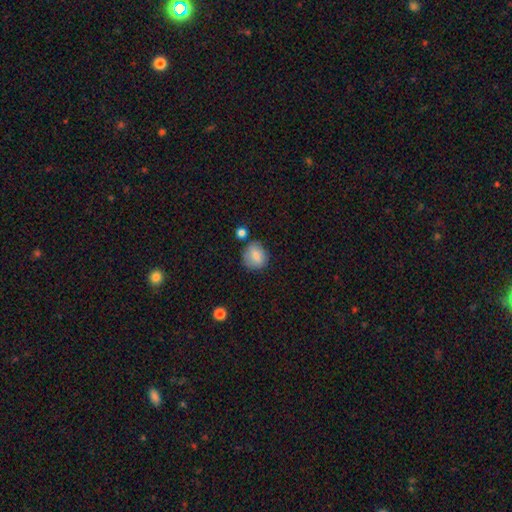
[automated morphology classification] Overall: smooth (81%). How rounded: round (73%). Merging: none (70%).